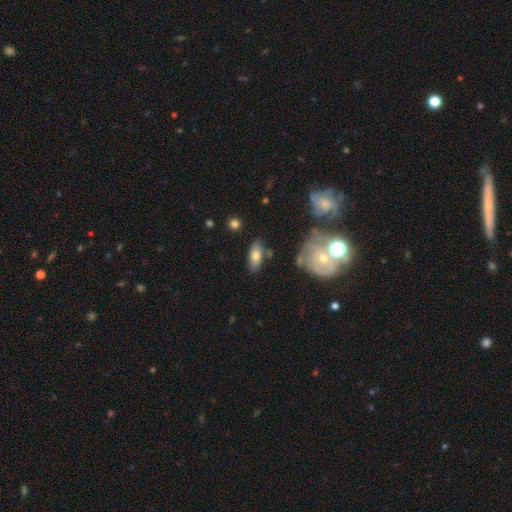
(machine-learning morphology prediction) smooth-or-featured: smooth: 68% | featured or disk: 26% | star or artifact: 7%
  how-rounded: in between: 81% | cigar-shaped: 16% | round: 3%
  merging: none: 72% | minor disturbance: 17% | merger: 6% | major disturbance: 5%